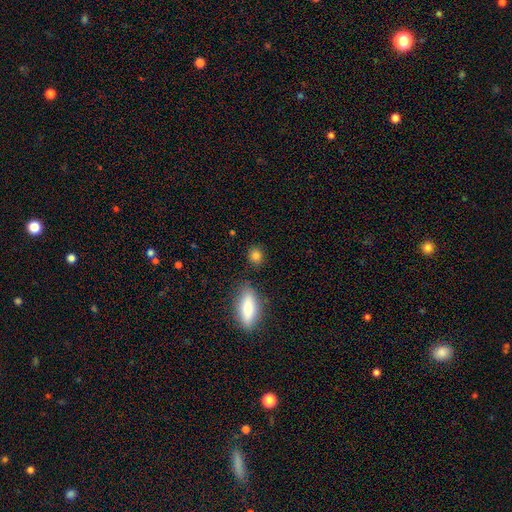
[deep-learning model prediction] A smooth galaxy with no disk features (83%) that is round (72%). Merging: none (83%).